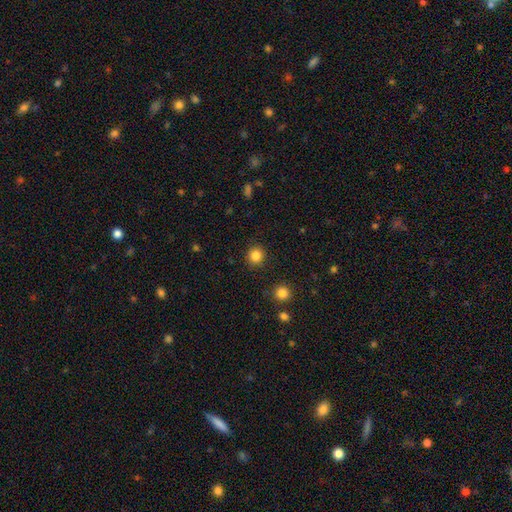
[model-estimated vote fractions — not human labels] Smooth or featured? smooth (84%)
How rounded? round (92%)
Merging? none (91%)